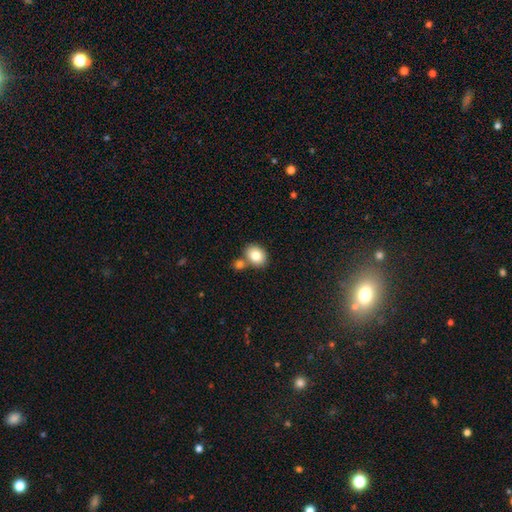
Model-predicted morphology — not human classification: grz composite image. It shows a smooth galaxy with no disk features (82%) that is in between round and cigar-shaped (51%). Merging: none (62%).